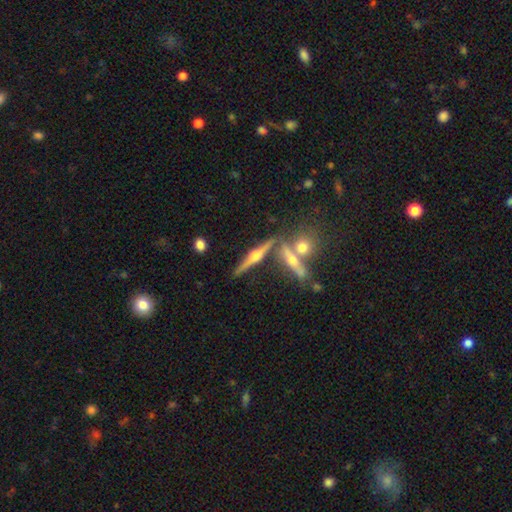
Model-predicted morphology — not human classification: type=featured or disk (79%); edge-on=yes (97%); edge-on bulge=rounded (94%); merging=none (74%).